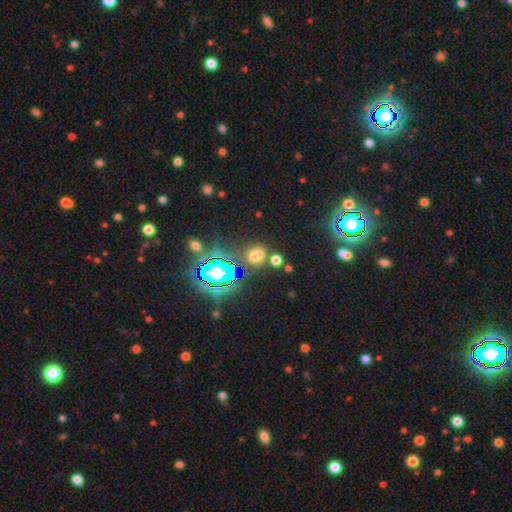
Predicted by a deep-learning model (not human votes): Smooth or featured: smooth — 50% (star or artifact — 39%)
How rounded: round — 60% (in between — 38%)
Merging: none — 56% (merger — 26%)